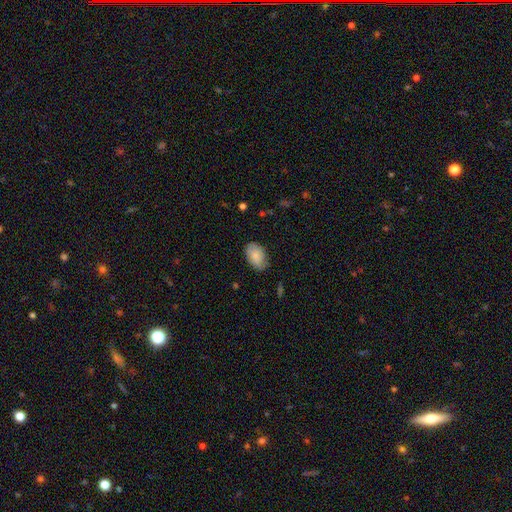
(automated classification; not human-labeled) Smooth or featured? Predicted: smooth (p=0.82). How rounded? Predicted: in between (p=0.90). Merging? Predicted: none (p=0.76).